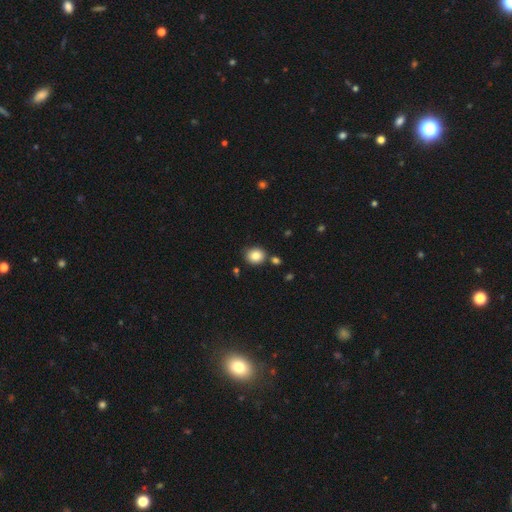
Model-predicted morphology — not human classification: smooth-or-featured: smooth: 84% | star or artifact: 10% | featured or disk: 6%
  how-rounded: round: 77% | in between: 22% | cigar-shaped: 1%
  merging: none: 82% | minor disturbance: 9% | merger: 7% | major disturbance: 2%